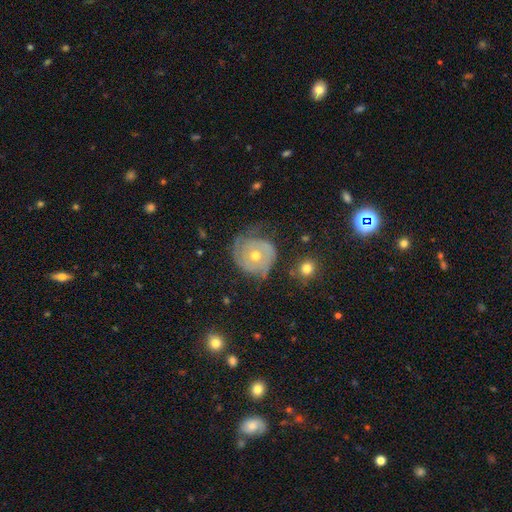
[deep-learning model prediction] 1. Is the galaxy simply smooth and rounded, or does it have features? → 75% featured or disk, 18% smooth, 7% star or artifact.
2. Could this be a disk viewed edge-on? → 97% no, 3% yes.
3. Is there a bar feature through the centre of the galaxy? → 83% no, 14% weak, 4% strong.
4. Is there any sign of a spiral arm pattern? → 86% yes, 14% no.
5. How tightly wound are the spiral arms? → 67% tight, 23% medium, 10% loose.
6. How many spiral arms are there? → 42% 2, 27% can't tell, 14% 1, 10% 3, 4% 4, 3% more than 4.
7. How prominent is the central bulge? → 64% moderate, 32% small, 2% large, 1% none, 1% dominant.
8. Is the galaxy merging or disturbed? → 60% none, 24% minor disturbance, 14% major disturbance, 2% merger.